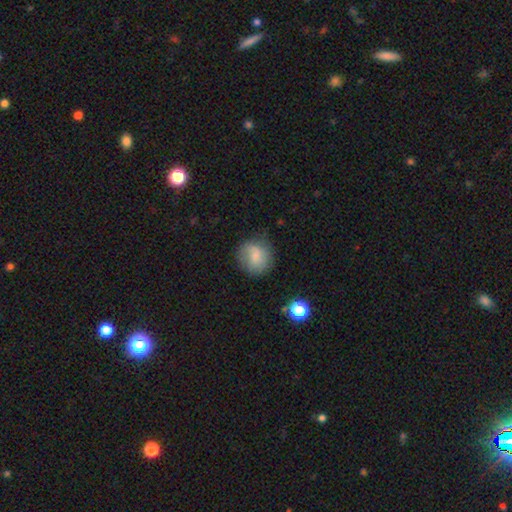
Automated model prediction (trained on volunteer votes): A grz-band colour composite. It shows a smooth galaxy with no disk features (69%) that is round (83%). Merging: none (66%).